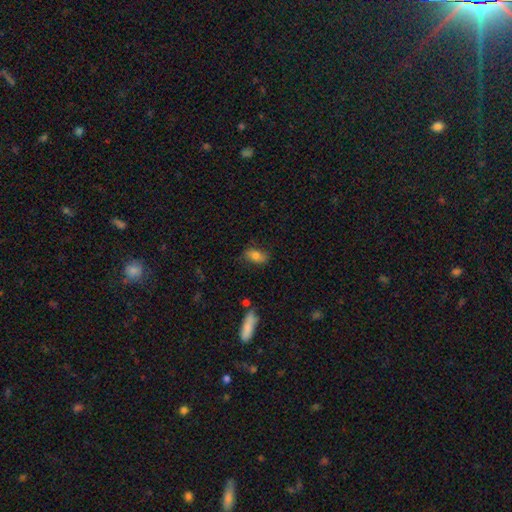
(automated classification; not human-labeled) Smooth or featured? smooth (72%)
How rounded? in between (87%)
Merging? none (69%)